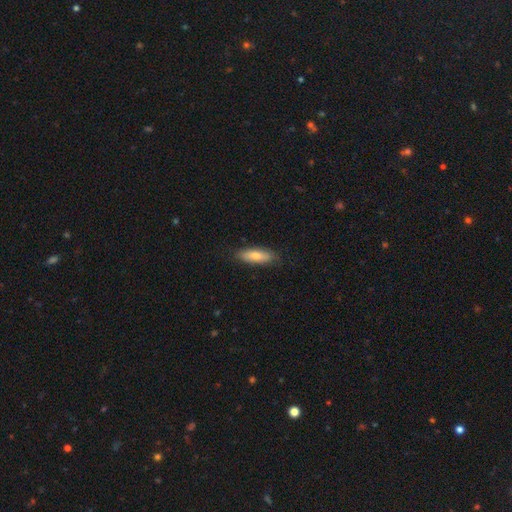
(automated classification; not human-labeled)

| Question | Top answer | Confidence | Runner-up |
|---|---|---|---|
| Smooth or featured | smooth | 67% | featured or disk (25%) |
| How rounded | cigar-shaped | 54% | in between (44%) |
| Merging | none | 85% | minor disturbance (12%) |